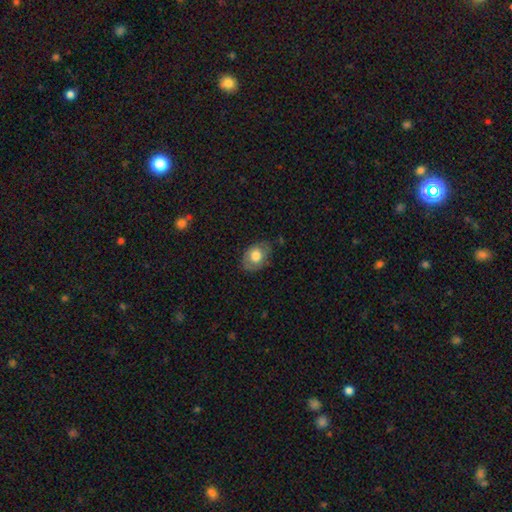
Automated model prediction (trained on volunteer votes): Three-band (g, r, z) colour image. It shows a smooth galaxy with no disk features (71%) that is in between round and cigar-shaped (74%). Merging: none (73%).